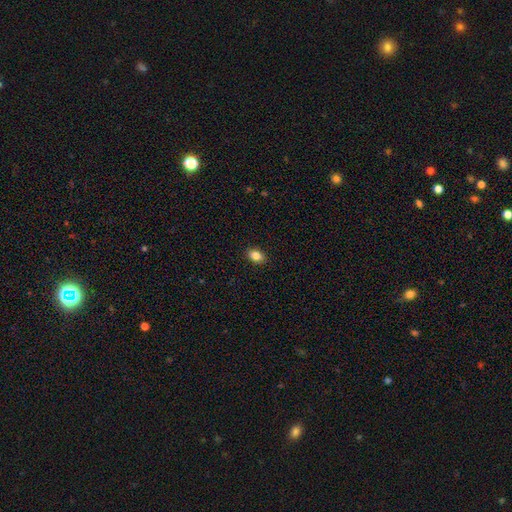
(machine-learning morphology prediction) smooth 85%, star or artifact 9%, featured or disk 6%. Down the decision tree: how rounded — in between (79%); merging — none (90%).